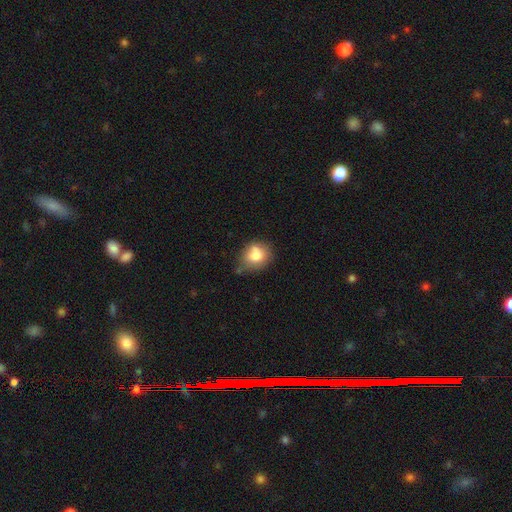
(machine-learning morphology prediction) This appears to be a smooth galaxy with no disk features (77%) that is round (69%). Merging: none (56%).